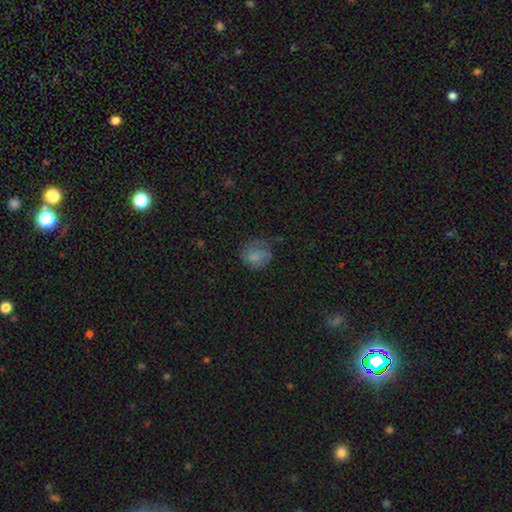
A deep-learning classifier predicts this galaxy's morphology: smooth_or_featured: smooth (p=0.72) [alt: featured or disk p=0.17]
how_rounded: round (p=0.74) [alt: in between p=0.25]
merging: none (p=0.59) [alt: minor disturbance p=0.25]